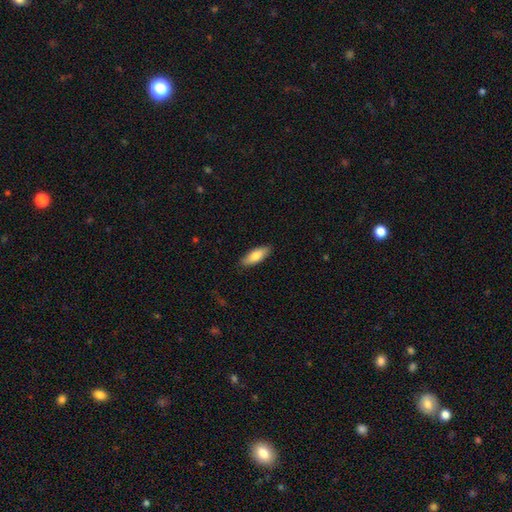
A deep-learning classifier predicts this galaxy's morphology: Smooth or featured? smooth (78%)
How rounded? in between (64%)
Merging? none (88%)